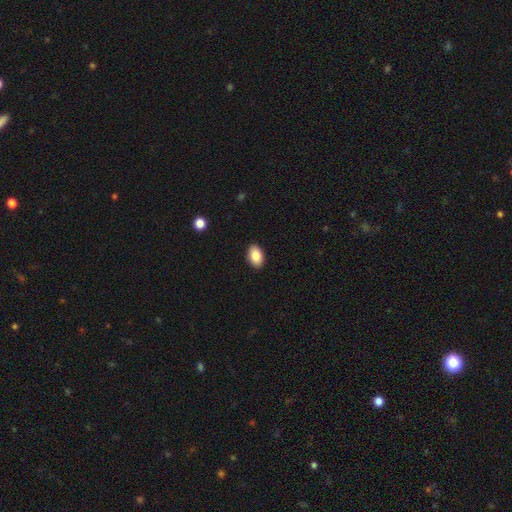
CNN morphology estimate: Smooth or featured? Predicted: smooth (p=0.86). How rounded? Predicted: in between (p=0.91). Merging? Predicted: none (p=0.90).